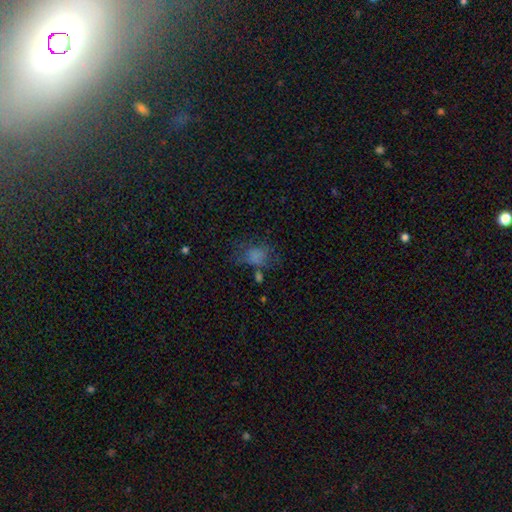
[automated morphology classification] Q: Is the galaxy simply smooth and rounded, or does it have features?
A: smooth — 70%.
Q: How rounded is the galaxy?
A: in between — 64%.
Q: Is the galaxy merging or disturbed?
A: none — 42%.